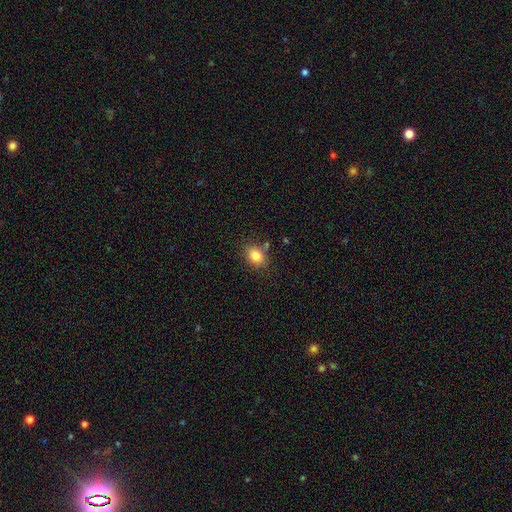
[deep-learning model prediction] Morphology: type=smooth (83%); roundness=in between (66%); merging=none (75%).